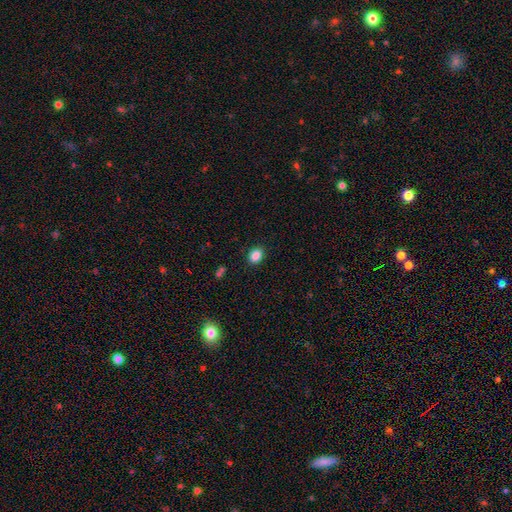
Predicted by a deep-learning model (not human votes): Smooth or featured? smooth (87%)
How rounded? in between (65%)
Merging? none (88%)